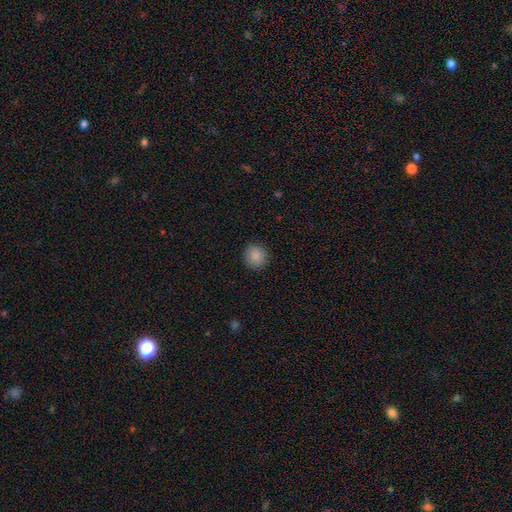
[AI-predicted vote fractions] Smooth or featured? Predicted: smooth (p=0.88). How rounded? Predicted: round (p=0.88). Merging? Predicted: none (p=0.90).